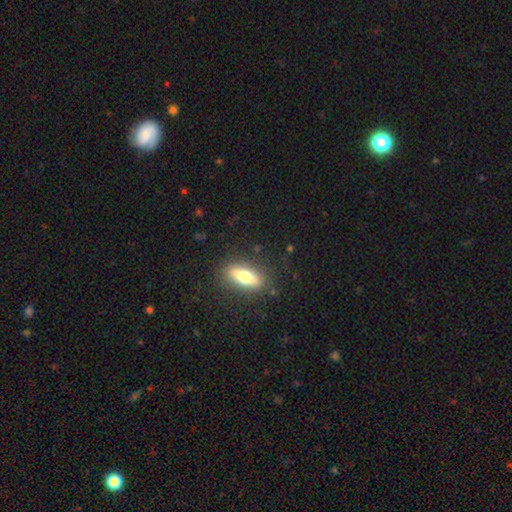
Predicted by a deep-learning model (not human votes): This is likely a smooth galaxy (60%). How rounded: possibly in between (60%). Merging: clearly none (87%).